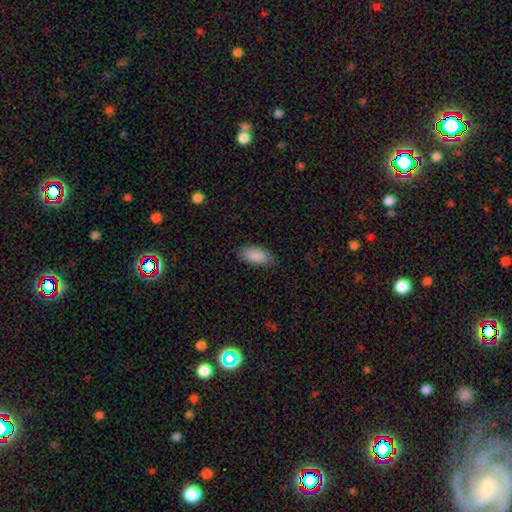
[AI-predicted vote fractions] smooth-or-featured: smooth: 89% | star or artifact: 6% | featured or disk: 5%
  how-rounded: in between: 90% | cigar-shaped: 8% | round: 2%
  merging: none: 83% | minor disturbance: 13% | major disturbance: 3% | merger: 1%